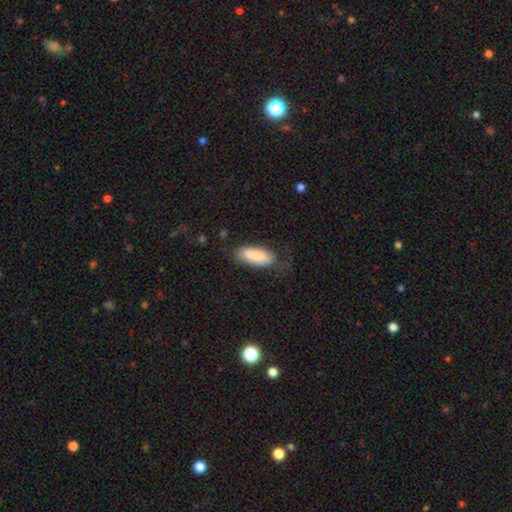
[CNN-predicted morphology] Smooth or featured?
  - smooth: 77% *
  - featured or disk: 17%
  - star or artifact: 6%
How rounded?
  - in between: 77% *
  - cigar-shaped: 21%
  - round: 2%
Merging?
  - none: 61% *
  - minor disturbance: 25%
  - major disturbance: 13%
  - merger: 2%